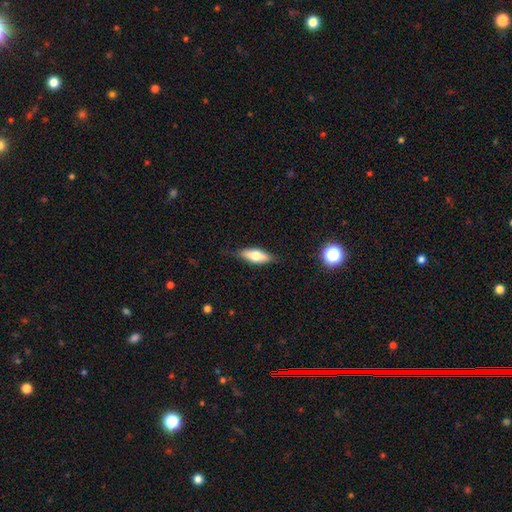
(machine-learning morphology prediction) A smooth galaxy with no disk features (63%) that is in between round and cigar-shaped (60%).

Vote fractions:
- Smooth or featured? smooth: 63% / featured or disk: 30% / star or artifact: 7%
- How rounded? in between: 60% / cigar-shaped: 38% / round: 3%
- Merging? none: 81% / minor disturbance: 14% / major disturbance: 3% / merger: 1%